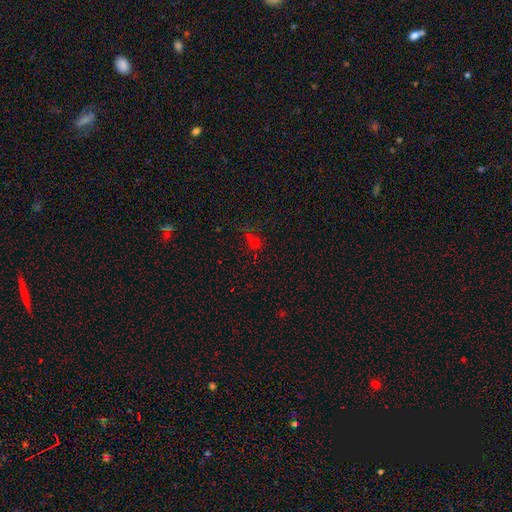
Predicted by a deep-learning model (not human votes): The model was most divided on "smooth or featured": star or artifact: 51%, smooth: 38%, featured or disk: 11%.